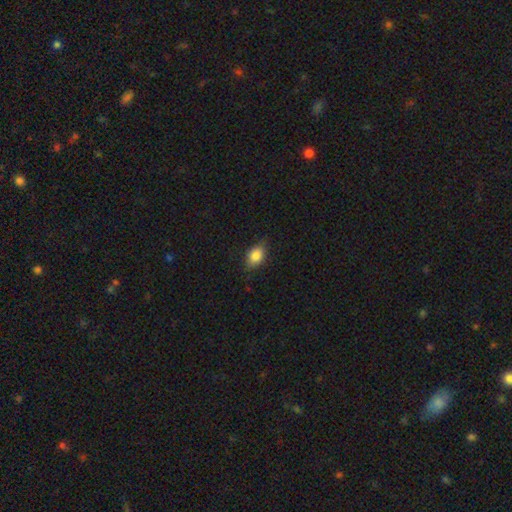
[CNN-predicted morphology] smooth 83%, featured or disk 9%, star or artifact 8%. Down the decision tree: how rounded — in between (84%); merging — none (78%).